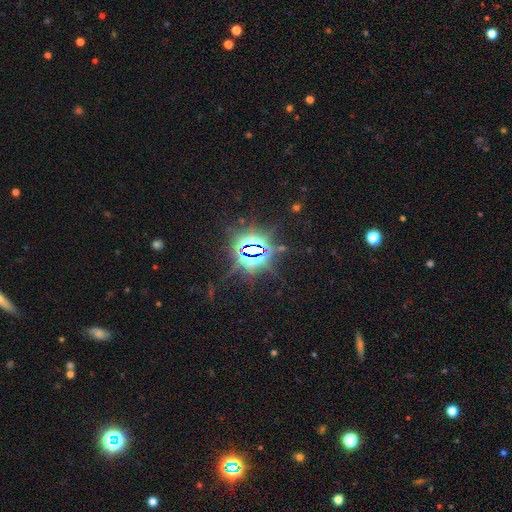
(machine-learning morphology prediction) This appears to be a star or artifact, not a galaxy (85%).